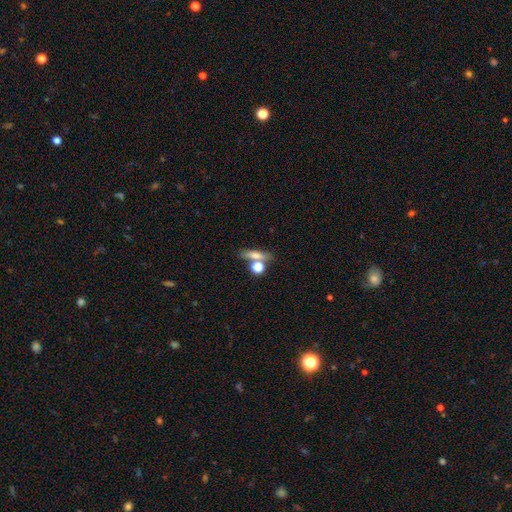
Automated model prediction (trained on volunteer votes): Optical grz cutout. It shows a smooth galaxy with no disk features (66%) that is cigar-shaped (47%). Merging: none (59%).